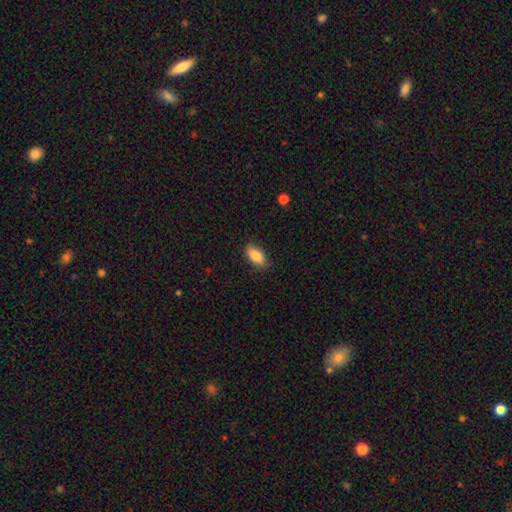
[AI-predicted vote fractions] smooth 84%, featured or disk 9%, star or artifact 7%. Down the decision tree: how rounded — in between (88%); merging — none (86%).